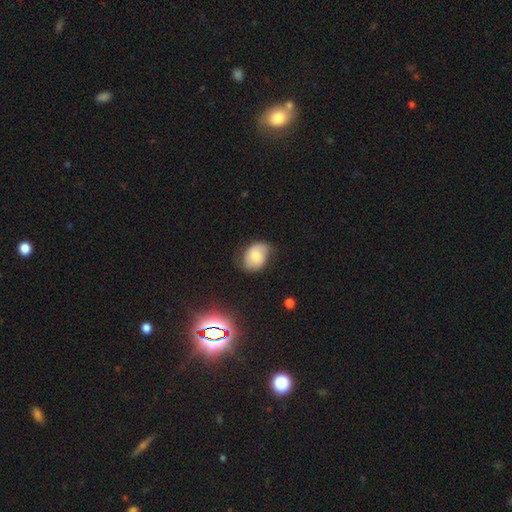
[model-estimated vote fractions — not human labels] Smooth or featured? smooth (54%)
How rounded? in between (66%)
Merging? none (59%)